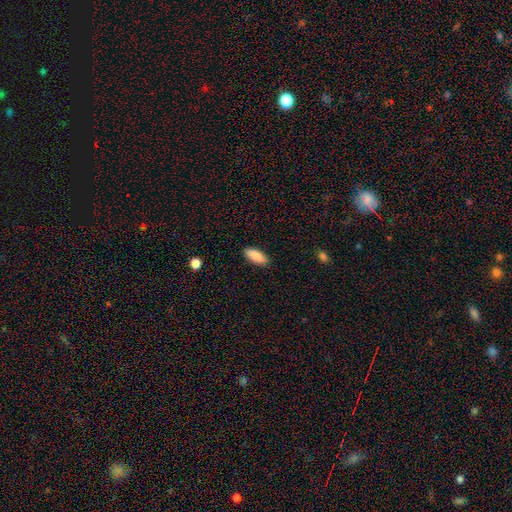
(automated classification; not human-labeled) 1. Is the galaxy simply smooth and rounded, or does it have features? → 89% smooth, 6% star or artifact, 5% featured or disk.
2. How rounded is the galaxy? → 81% in between, 18% cigar-shaped, 2% round.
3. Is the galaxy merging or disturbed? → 88% none, 9% minor disturbance, 2% major disturbance, 1% merger.